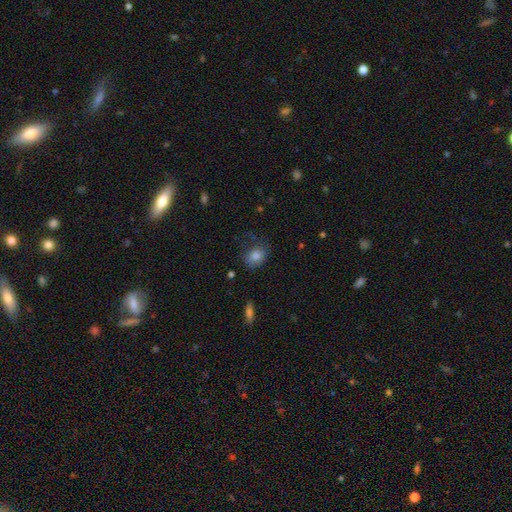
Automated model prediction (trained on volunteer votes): smooth-or-featured: smooth: 80% | featured or disk: 10% | star or artifact: 10%
  how-rounded: in between: 56% | round: 43% | cigar-shaped: 1%
  merging: none: 62% | minor disturbance: 25% | major disturbance: 11% | merger: 2%